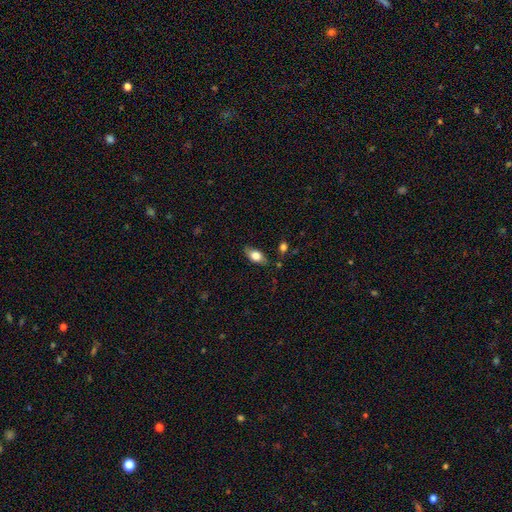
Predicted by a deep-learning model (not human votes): Morphology: type=smooth (73%); roundness=in between (85%); merging=none (78%).